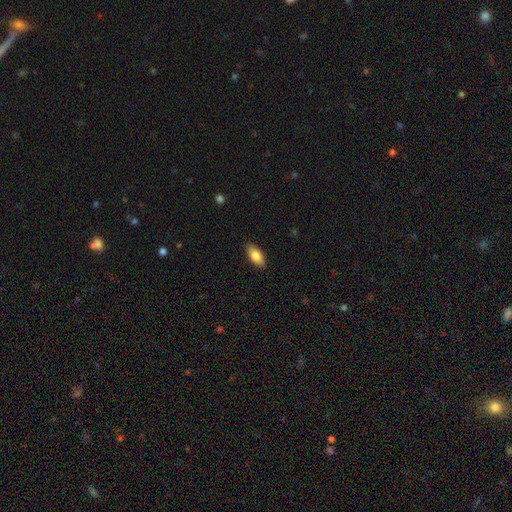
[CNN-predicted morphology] Smooth or featured?
  - smooth: 84% *
  - featured or disk: 10%
  - star or artifact: 6%
How rounded?
  - in between: 87% *
  - cigar-shaped: 10%
  - round: 3%
Merging?
  - none: 88% *
  - minor disturbance: 9%
  - major disturbance: 2%
  - merger: 1%